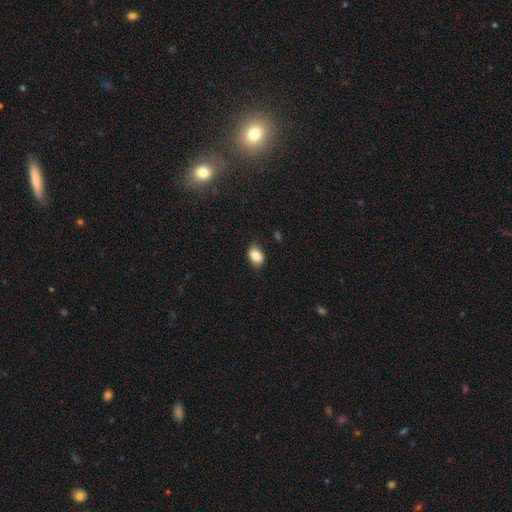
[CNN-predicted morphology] smooth_or_featured: smooth (p=0.85) [alt: star or artifact p=0.08]
how_rounded: in between (p=0.79) [alt: round p=0.19]
merging: none (p=0.81) [alt: minor disturbance p=0.15]